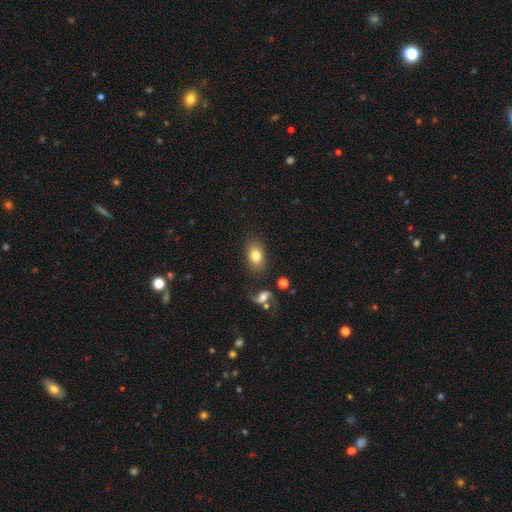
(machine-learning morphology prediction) type=smooth (79%); roundness=in between (80%); merging=none (79%).